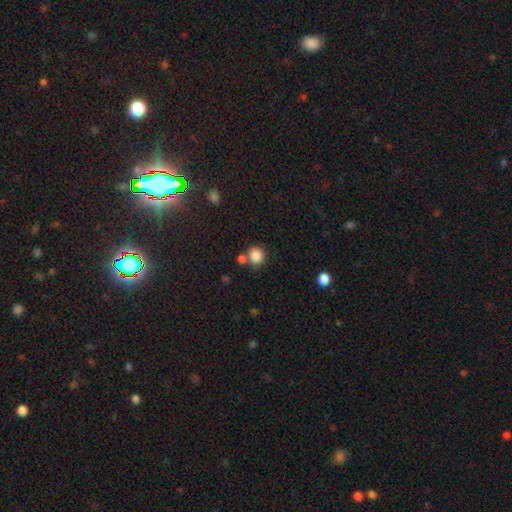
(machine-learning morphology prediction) Smooth or featured? smooth (85%)
How rounded? round (84%)
Merging? none (64%)